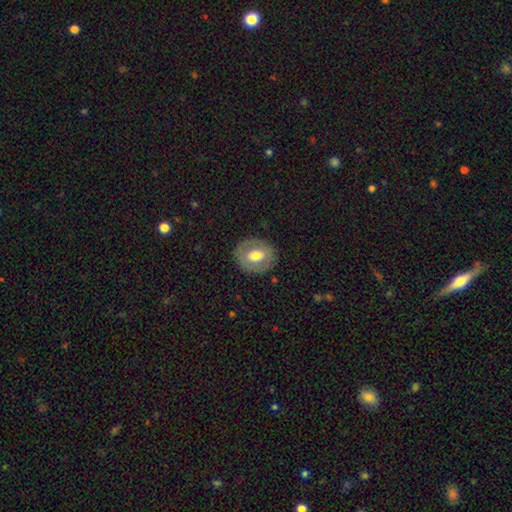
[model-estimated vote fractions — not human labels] Smooth or featured? Predicted: smooth (p=0.56). How rounded? Predicted: round (p=0.59). Merging? Predicted: none (p=0.84).